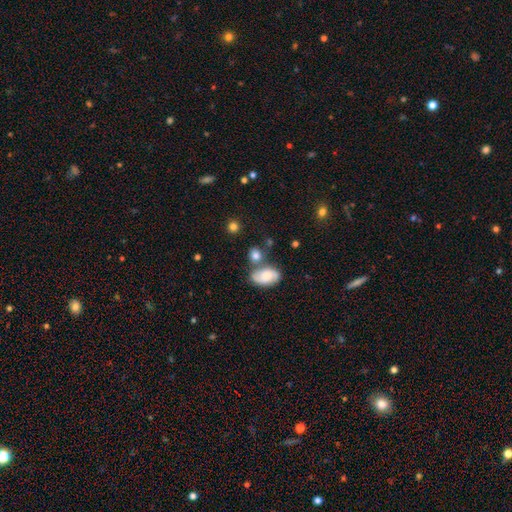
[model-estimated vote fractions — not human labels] A smooth galaxy with no disk features (69%) that is in between round and cigar-shaped (50%). Merging: none (55%).